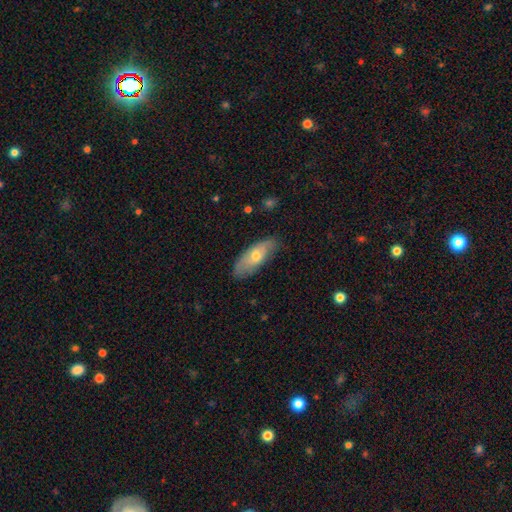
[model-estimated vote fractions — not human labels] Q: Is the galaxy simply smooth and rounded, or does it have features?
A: smooth — 56%.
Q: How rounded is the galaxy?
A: in between — 75%.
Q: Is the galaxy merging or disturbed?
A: none — 76%.